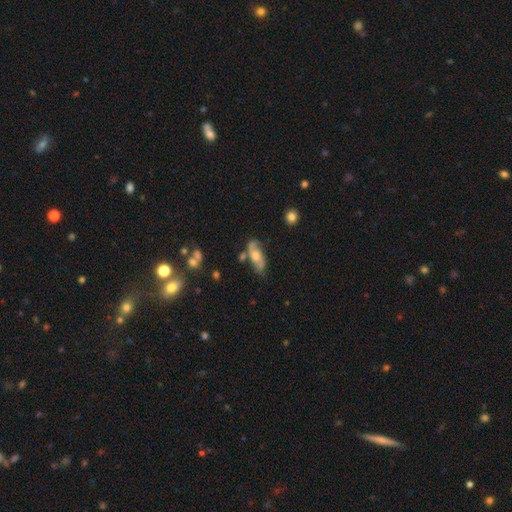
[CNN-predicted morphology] Smooth or featured? Predicted: featured or disk (p=0.48). Merging? Predicted: none (p=0.61).